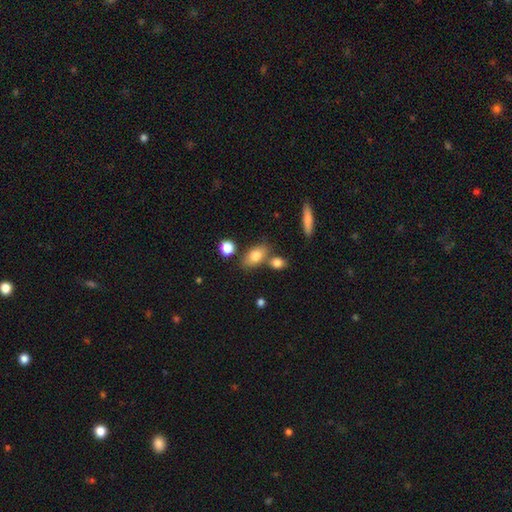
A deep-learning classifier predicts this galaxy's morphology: A smooth galaxy with no disk features (78%) that is in between round and cigar-shaped (84%).

Vote fractions:
- Smooth or featured? smooth: 78% / featured or disk: 14% / star or artifact: 9%
- How rounded? in between: 84% / round: 10% / cigar-shaped: 5%
- Merging? none: 66% / merger: 18% / minor disturbance: 12% / major disturbance: 4%